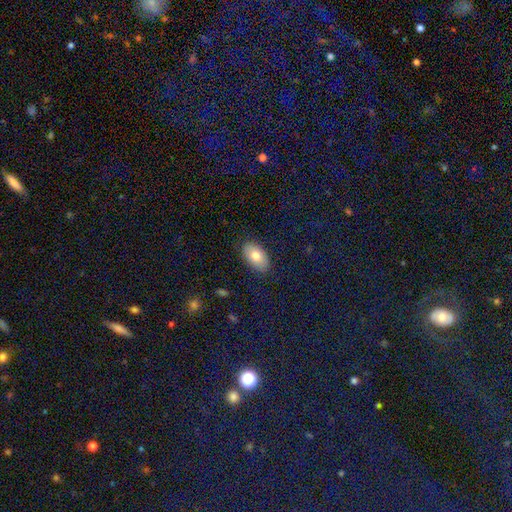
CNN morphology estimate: Smooth or featured? smooth (80%)
How rounded? in between (94%)
Merging? none (86%)